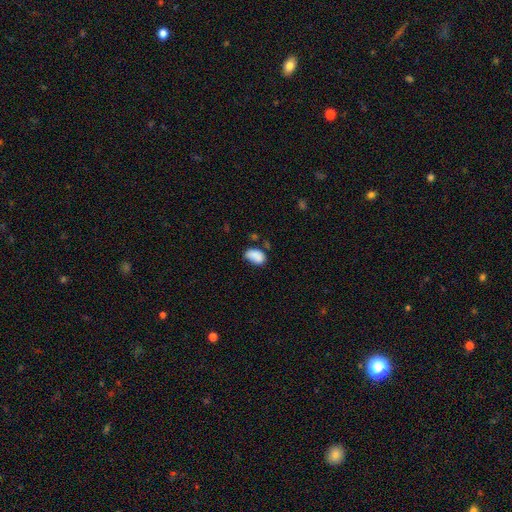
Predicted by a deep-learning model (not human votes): This appears to be a smooth galaxy with no disk features (85%) that is in between round and cigar-shaped (88%). Merging: none (52%).